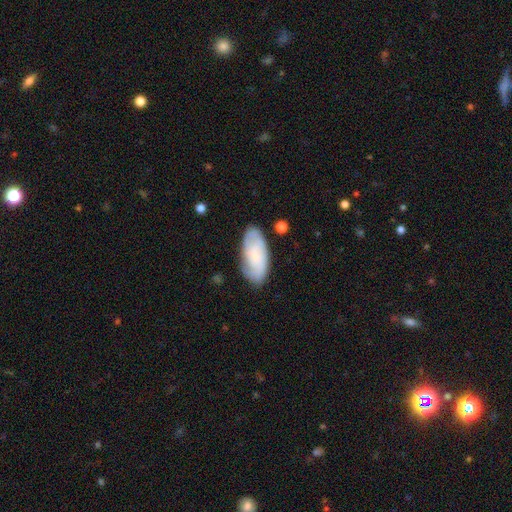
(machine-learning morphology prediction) type=smooth (49%); merging=none (76%).